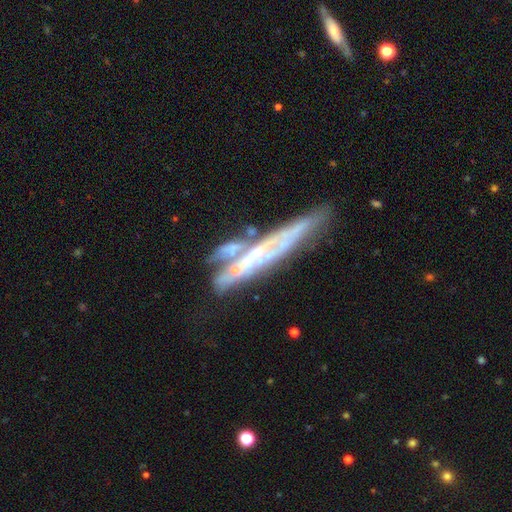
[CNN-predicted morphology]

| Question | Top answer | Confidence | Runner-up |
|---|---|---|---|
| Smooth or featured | featured or disk | 75% | smooth (17%) |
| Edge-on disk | yes | 58% | no (42%) |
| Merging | none | 40% | merger (23%) |